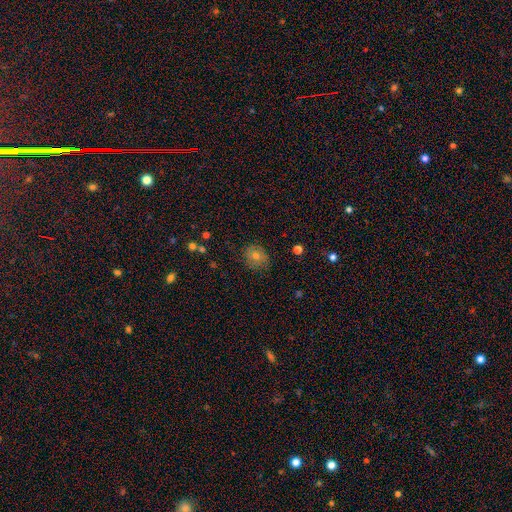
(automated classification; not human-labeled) This appears to be a smooth galaxy with no disk features (60%) that is round (76%). Merging: none (80%).